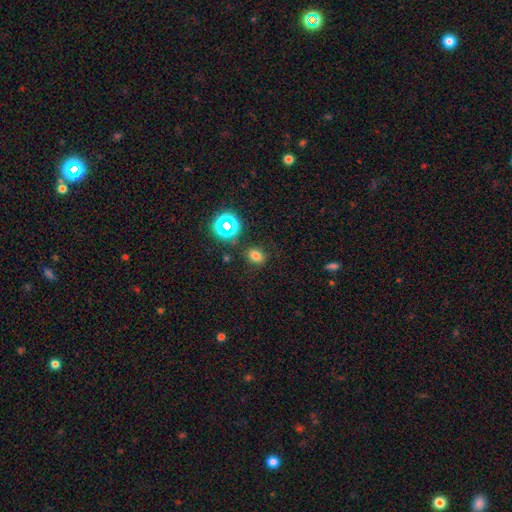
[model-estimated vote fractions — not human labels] Smooth or featured? smooth (72%)
How rounded? in between (52%)
Merging? none (84%)